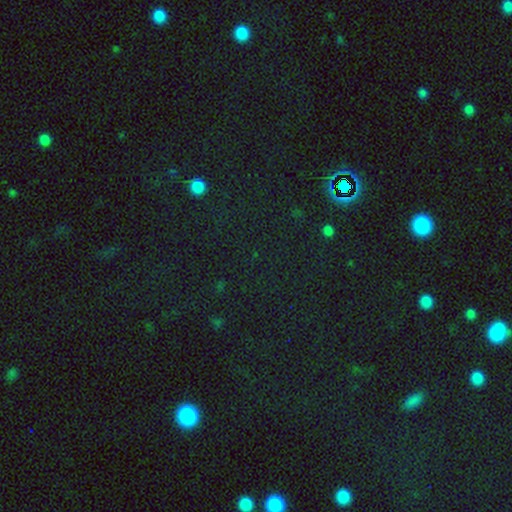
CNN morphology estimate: Smooth or featured? Predicted: star or artifact (p=0.78).